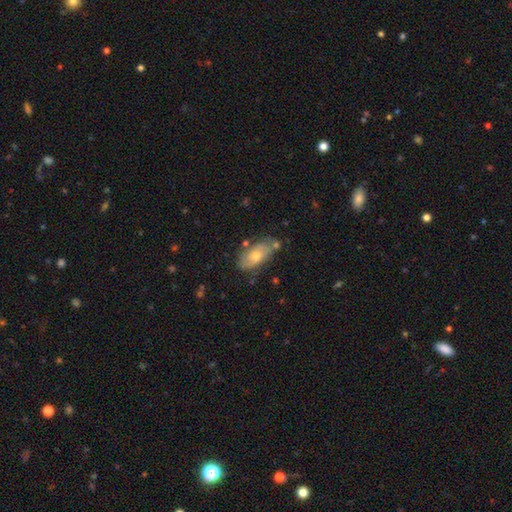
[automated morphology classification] Q: Smooth or featured?
A: smooth (48%); runner-up: featured or disk (43%)
Q: Merging?
A: none (64%); runner-up: minor disturbance (22%)